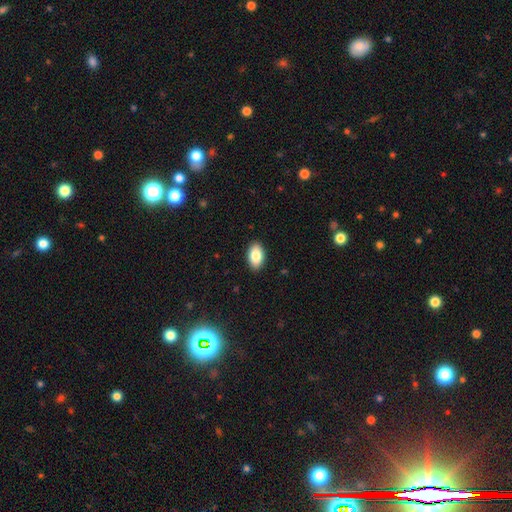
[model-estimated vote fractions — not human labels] Smooth or featured? smooth (85%)
How rounded? in between (94%)
Merging? none (90%)